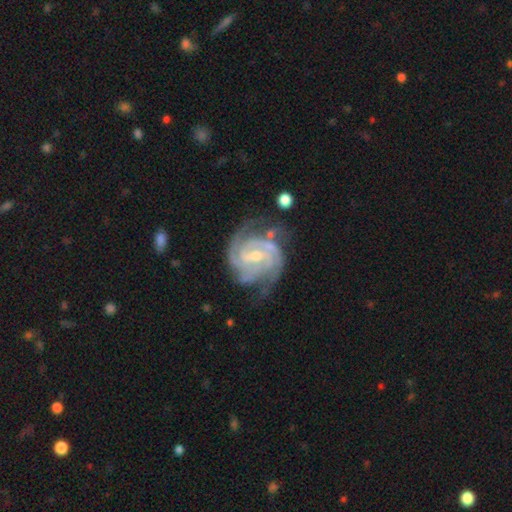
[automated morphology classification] Q: Smooth or featured?
A: featured or disk (92%); runner-up: star or artifact (4%)
Q: Edge-on disk?
A: no (98%); runner-up: yes (2%)
Q: Bar?
A: weak (53%); runner-up: no (24%)
Q: Spiral arms?
A: yes (98%); runner-up: no (2%)
Q: Spiral winding?
A: tight (67%); runner-up: medium (29%)
Q: Spiral arm count?
A: 3 (35%); runner-up: 2 (27%)
Q: Bulge size?
A: small (55%); runner-up: moderate (40%)
Q: Merging?
A: none (67%); runner-up: minor disturbance (20%)